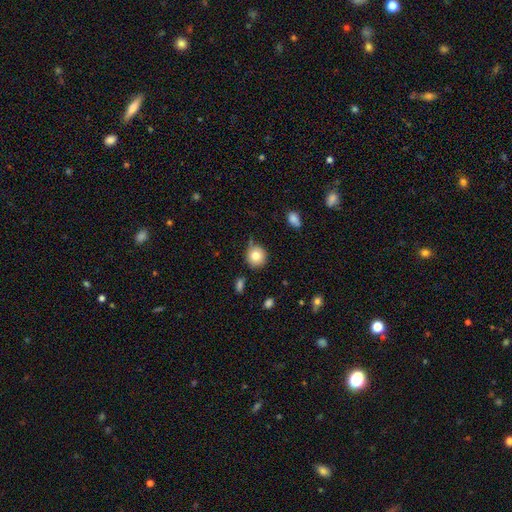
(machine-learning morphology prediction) The model was most divided on "merging": none: 76%, minor disturbance: 17%, merger: 4%, major disturbance: 3%. More confident: how rounded — round (90%); smooth or featured — smooth (80%).